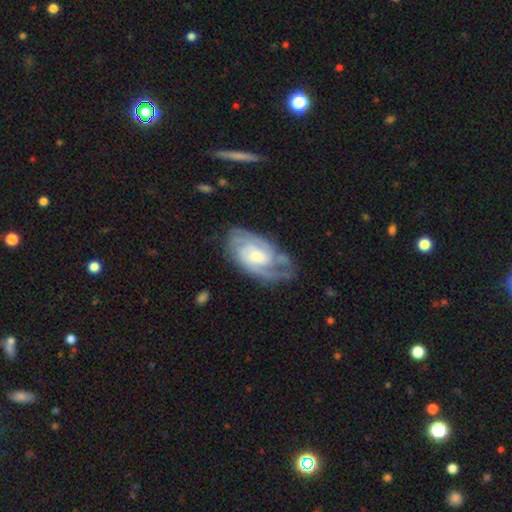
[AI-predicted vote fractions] Q: Smooth or featured?
A: featured or disk (83%); runner-up: smooth (11%)
Q: Edge-on disk?
A: no (96%); runner-up: yes (4%)
Q: Bar?
A: no (59%); runner-up: weak (34%)
Q: Spiral arms?
A: yes (96%); runner-up: no (4%)
Q: Spiral winding?
A: tight (59%); runner-up: medium (34%)
Q: Spiral arm count?
A: 2 (38%); runner-up: can't tell (24%)
Q: Bulge size?
A: moderate (48%); runner-up: small (30%)
Q: Merging?
A: none (70%); runner-up: minor disturbance (20%)